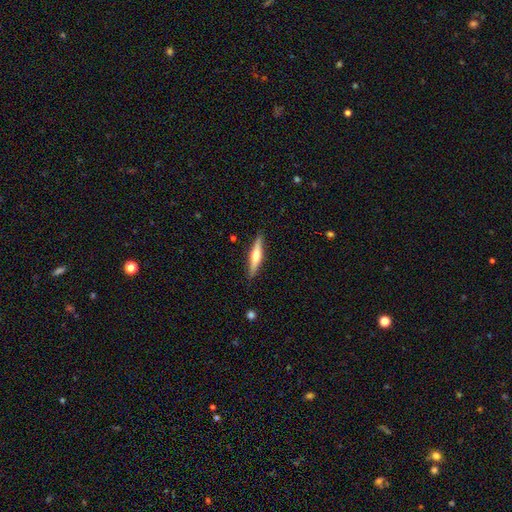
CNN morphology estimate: The model was most divided on "smooth or featured": featured or disk: 57%, smooth: 38%, star or artifact: 5%. More confident: edge-on disk — yes (96%); edge-on bulge — rounded (91%); merging — none (89%).